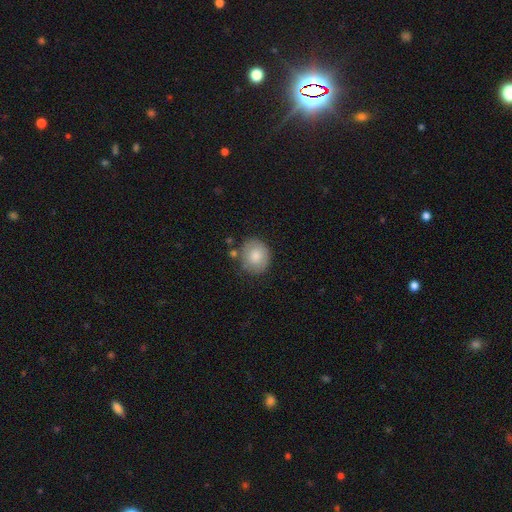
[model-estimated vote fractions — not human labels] A smooth galaxy with no disk features (81%) that is round (77%).

Vote fractions:
- Smooth or featured? smooth: 81% / featured or disk: 12% / star or artifact: 7%
- How rounded? round: 77% / in between: 22% / cigar-shaped: 1%
- Merging? none: 74% / minor disturbance: 17% / merger: 5% / major disturbance: 4%